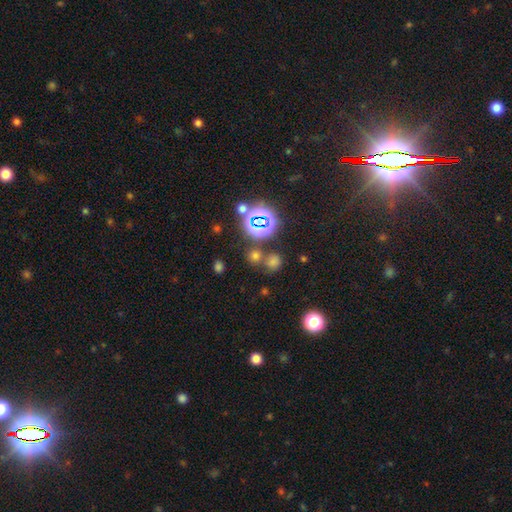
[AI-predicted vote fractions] Smooth or featured? Predicted: smooth (p=0.58). How rounded? Predicted: round (p=0.85). Merging? Predicted: none (p=0.71).